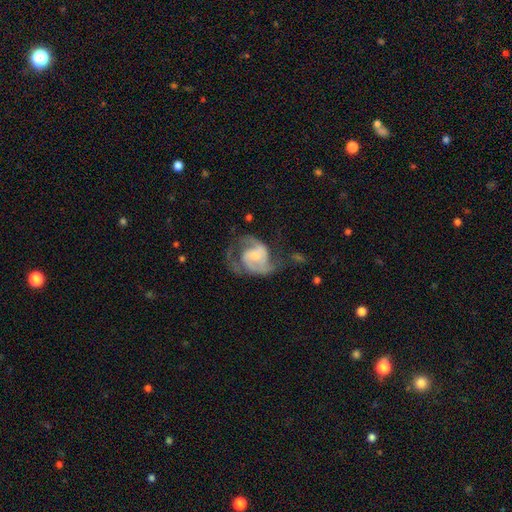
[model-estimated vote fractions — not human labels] Morphology: type=featured or disk (83%); edge-on=no (98%); bar=no (46%); spiral arms=yes (93%); winding=medium (53%); arm count=2 (80%); bulge=small (47%); merging=none (49%).